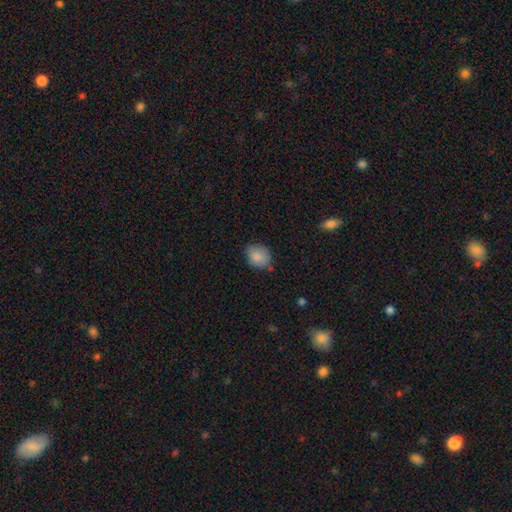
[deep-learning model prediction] Smooth or featured? smooth (85%)
How rounded? round (51%)
Merging? none (71%)